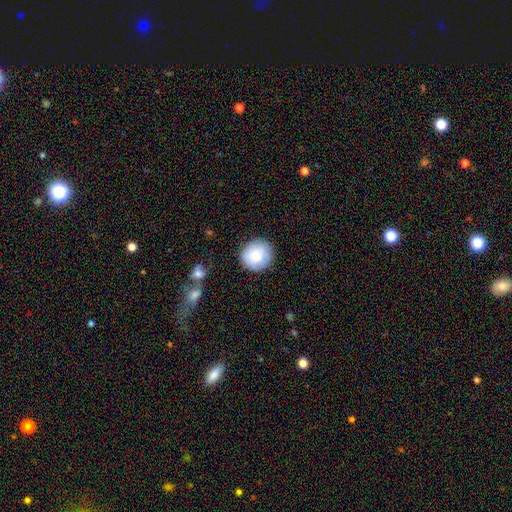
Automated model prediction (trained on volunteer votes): smooth_or_featured: smooth (p=0.78) [alt: featured or disk p=0.15]
how_rounded: round (p=0.93) [alt: in between p=0.06]
merging: none (p=0.85) [alt: minor disturbance p=0.10]